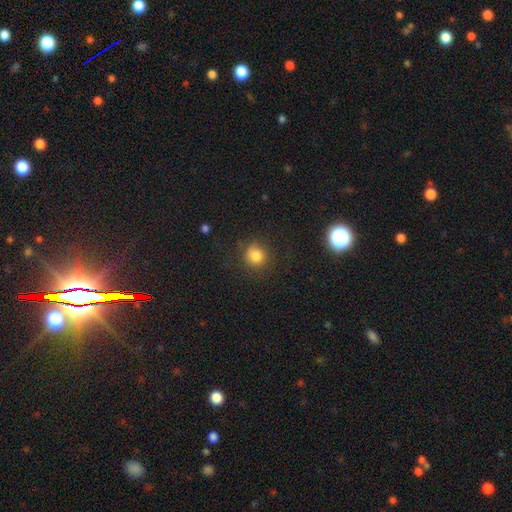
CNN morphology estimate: Smooth or featured? smooth (80%)
How rounded? round (88%)
Merging? none (79%)